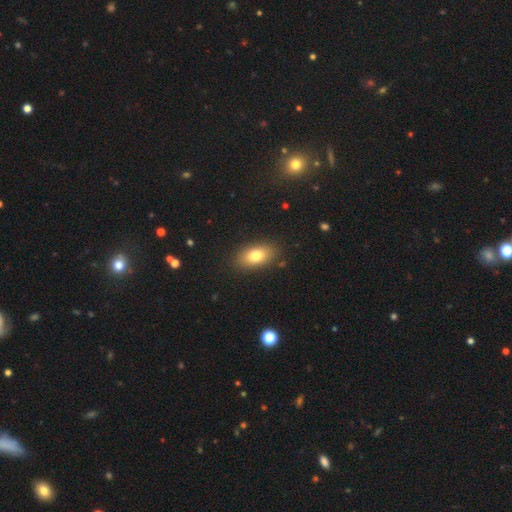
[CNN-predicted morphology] Smooth or featured: smooth — 78% (featured or disk — 12%)
How rounded: in between — 88% (round — 8%)
Merging: none — 87% (minor disturbance — 9%)